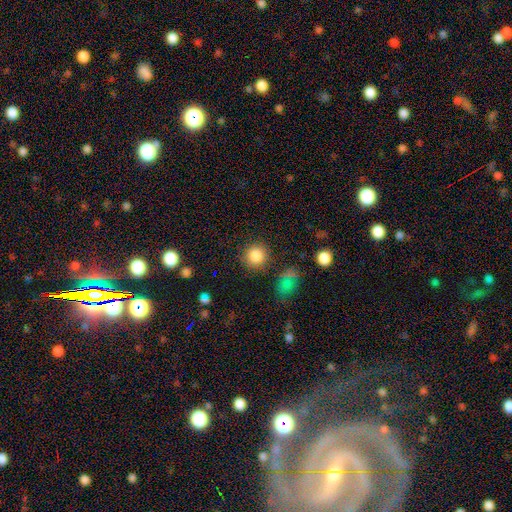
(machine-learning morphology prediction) Smooth or featured?
  - smooth: 85% *
  - star or artifact: 10%
  - featured or disk: 5%
How rounded?
  - round: 93% *
  - in between: 6%
  - cigar-shaped: 1%
Merging?
  - none: 87% *
  - minor disturbance: 8%
  - major disturbance: 3%
  - merger: 3%